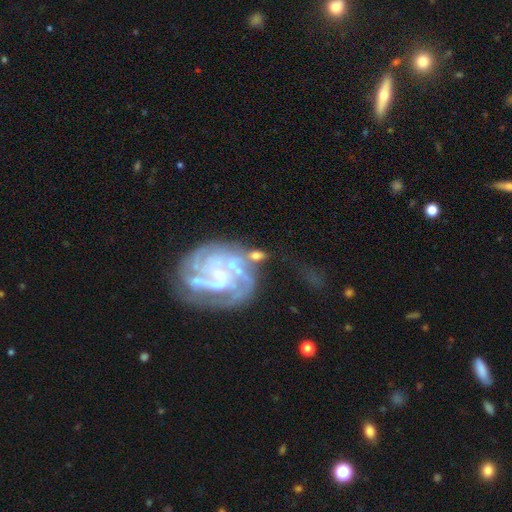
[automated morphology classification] Smooth or featured: featured or disk — 65% (smooth — 25%)
Edge-on disk: no — 97% (yes — 3%)
Bar: no — 56% (weak — 31%)
Spiral arms: yes — 77% (no — 23%)
Bulge size: small — 41% (moderate — 30%)
Merging: none — 44% (merger — 21%)